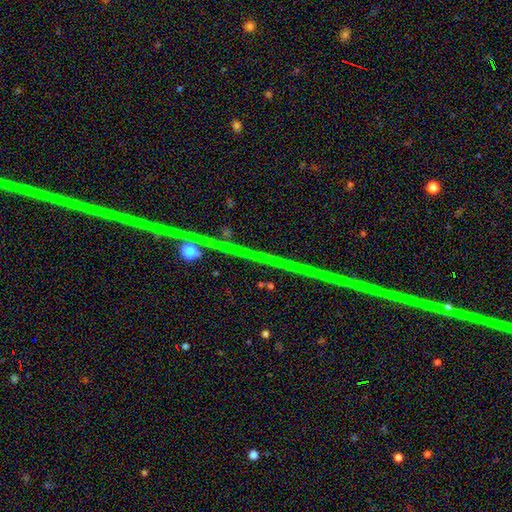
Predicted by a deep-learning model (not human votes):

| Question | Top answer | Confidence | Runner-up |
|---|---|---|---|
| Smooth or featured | star or artifact | 75% | featured or disk (17%) |